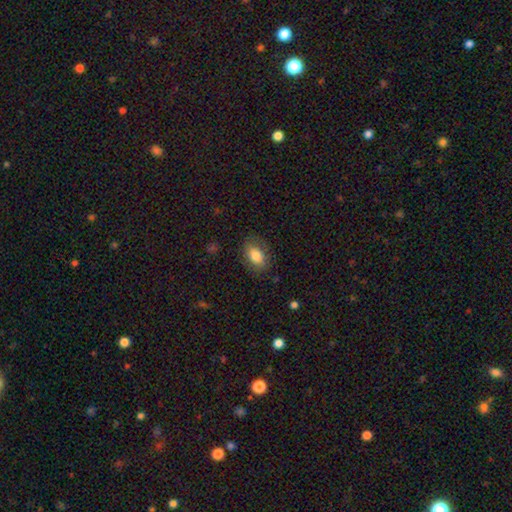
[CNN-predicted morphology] This is likely a smooth galaxy (79%). How rounded: clearly in between (85%). Merging: likely none (79%).